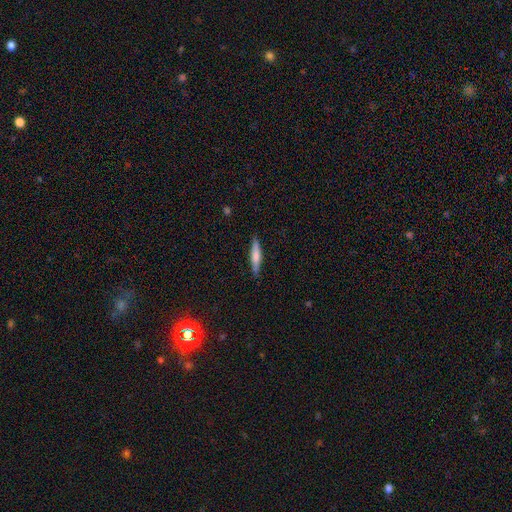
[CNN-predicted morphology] smooth_or_featured: smooth (p=0.66) [alt: featured or disk p=0.28]
how_rounded: cigar-shaped (p=0.87) [alt: in between p=0.11]
merging: none (p=0.87) [alt: minor disturbance p=0.10]